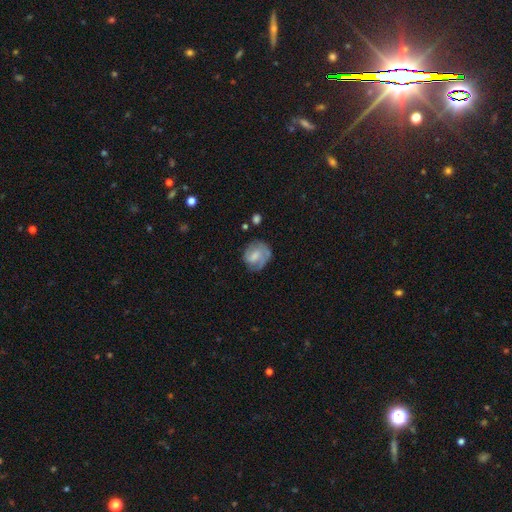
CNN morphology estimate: Smooth or featured?
  - featured or disk: 57% *
  - smooth: 36%
  - star or artifact: 7%
Edge-on disk?
  - no: 97% *
  - yes: 3%
Bar?
  - weak: 46% *
  - no: 41%
  - strong: 13%
Spiral arms?
  - yes: 81% *
  - no: 19%
Bulge size?
  - moderate: 34% *
  - small: 29%
  - none: 26%
  - large: 10%
  - dominant: 2%
Merging?
  - none: 59% *
  - minor disturbance: 24%
  - major disturbance: 14%
  - merger: 3%